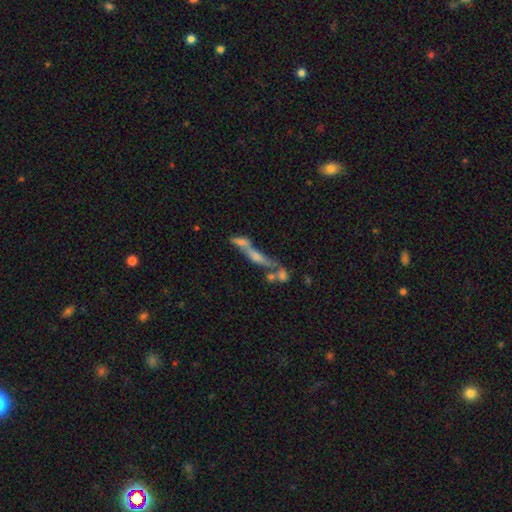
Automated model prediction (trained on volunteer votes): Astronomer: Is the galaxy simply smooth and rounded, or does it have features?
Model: featured or disk — 51% (runner-up: smooth, 32%).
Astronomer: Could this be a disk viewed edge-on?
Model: no — 62% (runner-up: yes, 38%).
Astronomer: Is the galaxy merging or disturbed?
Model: merger — 54%.